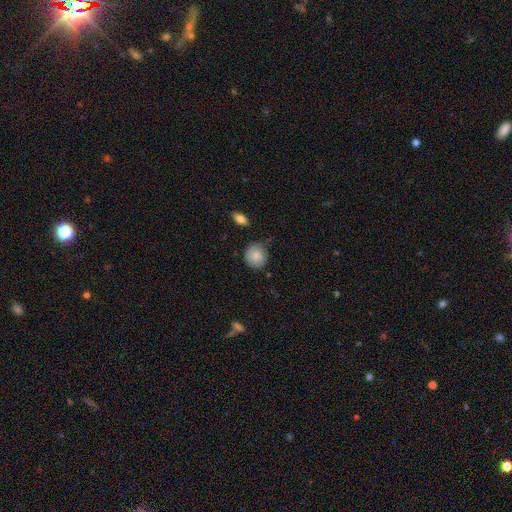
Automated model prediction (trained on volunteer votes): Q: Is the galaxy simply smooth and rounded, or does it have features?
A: smooth — 83%.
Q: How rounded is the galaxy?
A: round — 84%.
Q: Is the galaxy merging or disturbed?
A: none — 69%.